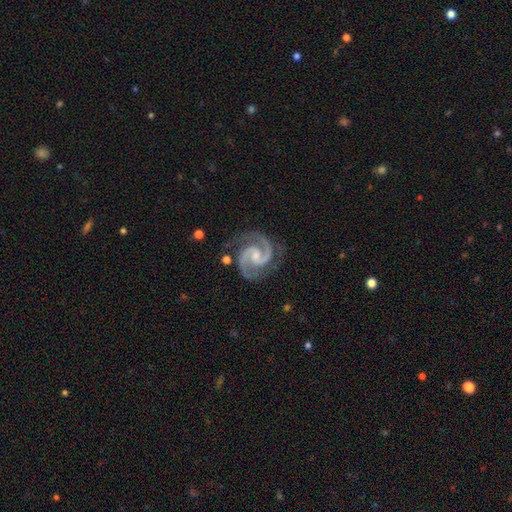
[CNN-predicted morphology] A featured or disk galaxy (94%) with no bar (44%), 2 (94%) medium (61%) spiral arms (99%) and a small central bulge (50%).

Vote fractions:
- Smooth or featured? featured or disk: 94% / star or artifact: 4% / smooth: 2%
- Edge-on disk? no: 98% / yes: 2%
- Bar? no: 44% / weak: 43% / strong: 13%
- Spiral arms? yes: 99% / no: 1%
- Spiral winding? medium: 61% / tight: 32% / loose: 7%
- Spiral arm count? 2: 94% / 3: 2% / can't tell: 1% / 1: 1% / 4: 1% / more than 4: 1%
- Bulge size? small: 50% / moderate: 31% / none: 16% / large: 2% / dominant: 1%
- Merging? none: 80% / minor disturbance: 14% / major disturbance: 4% / merger: 2%